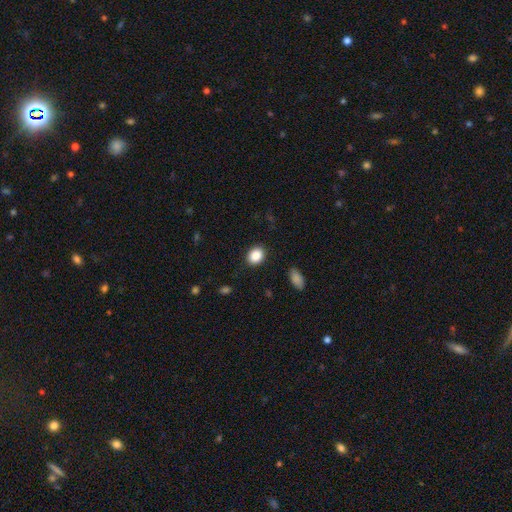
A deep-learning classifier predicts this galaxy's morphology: Smooth or featured: smooth — 88% (star or artifact — 8%)
How rounded: in between — 52% (round — 47%)
Merging: none — 88% (minor disturbance — 8%)